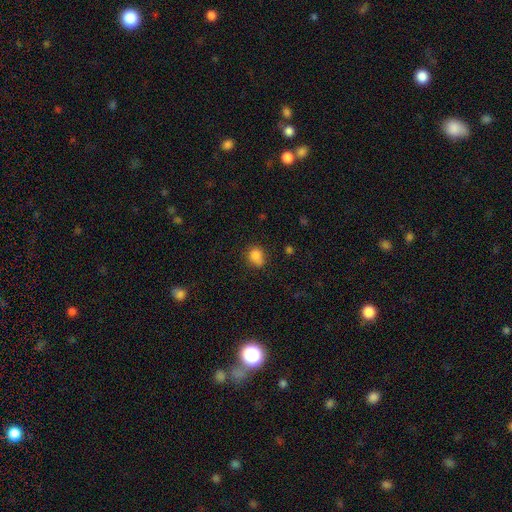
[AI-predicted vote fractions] A smooth galaxy with no disk features (82%) that is round (55%). Merging: none (62%).